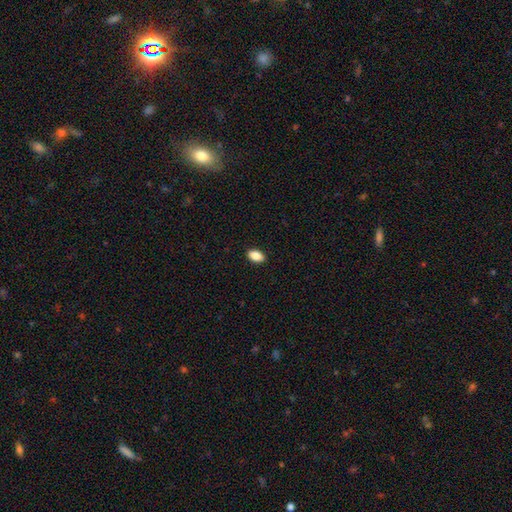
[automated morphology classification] smooth_or_featured: smooth (p=0.88) [alt: star or artifact p=0.08]
how_rounded: in between (p=0.91) [alt: round p=0.07]
merging: none (p=0.90) [alt: minor disturbance p=0.08]